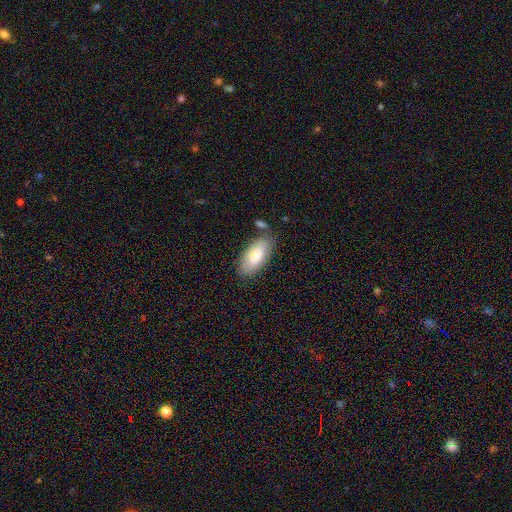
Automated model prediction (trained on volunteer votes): A smooth galaxy with no disk features (77%) that is in between round and cigar-shaped (90%).

Vote fractions:
- Smooth or featured? smooth: 77% / featured or disk: 17% / star or artifact: 6%
- How rounded? in between: 90% / cigar-shaped: 7% / round: 2%
- Merging? none: 76% / minor disturbance: 14% / merger: 7% / major disturbance: 3%